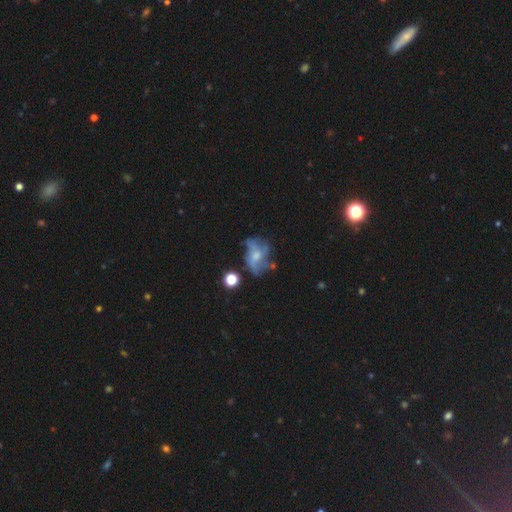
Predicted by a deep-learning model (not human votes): Smooth or featured? Predicted: featured or disk (p=0.58). Edge-on disk? Predicted: no (p=0.96). Bar? Predicted: no (p=0.67). Spiral arms? Predicted: yes (p=0.56). Bulge size? Predicted: moderate (p=0.41). Merging? Predicted: none (p=0.41).